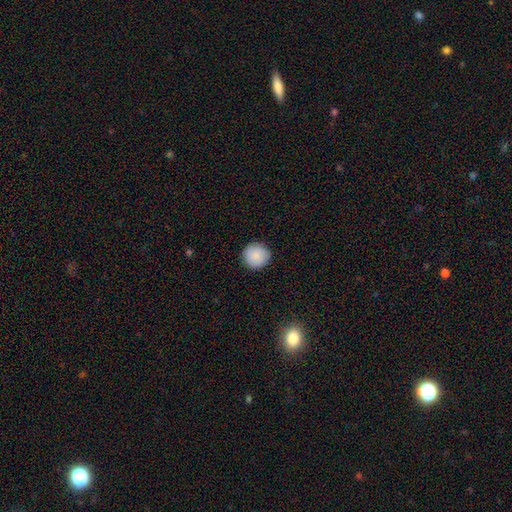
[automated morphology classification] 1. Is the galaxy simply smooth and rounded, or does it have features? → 88% smooth, 7% star or artifact, 6% featured or disk.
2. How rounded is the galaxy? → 94% round, 5% in between, 1% cigar-shaped.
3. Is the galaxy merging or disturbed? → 90% none, 7% minor disturbance, 2% major disturbance, 1% merger.